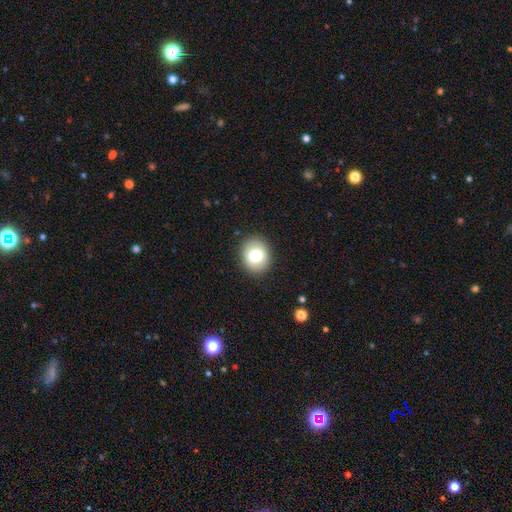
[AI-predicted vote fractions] Smooth or featured?
  - smooth: 79% *
  - featured or disk: 13%
  - star or artifact: 8%
How rounded?
  - round: 64% *
  - in between: 36%
  - cigar-shaped: 1%
Merging?
  - none: 89% *
  - minor disturbance: 8%
  - major disturbance: 2%
  - merger: 1%